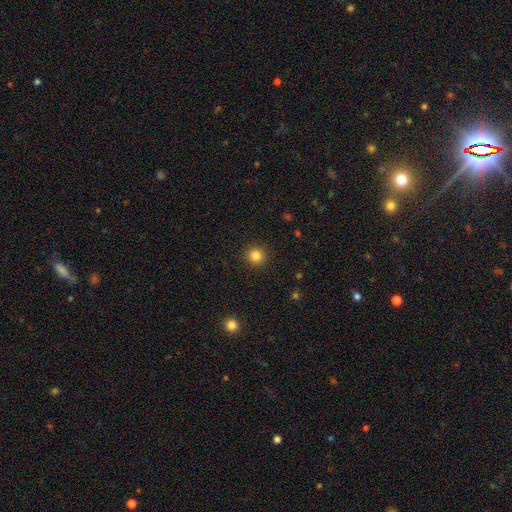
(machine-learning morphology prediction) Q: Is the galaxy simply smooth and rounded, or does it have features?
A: smooth — 84%.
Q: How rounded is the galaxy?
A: round — 93%.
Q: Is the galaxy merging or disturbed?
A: none — 92%.